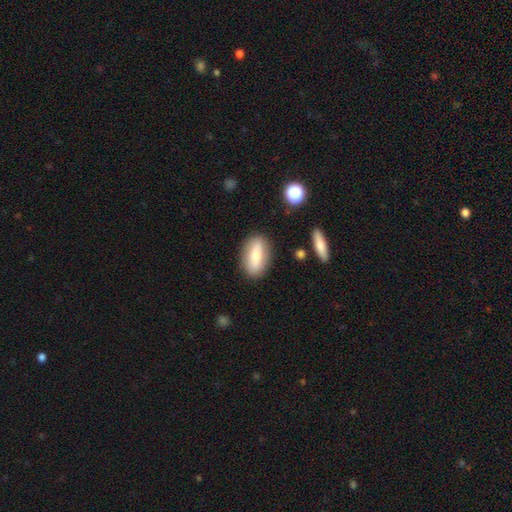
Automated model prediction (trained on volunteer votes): Smooth or featured? Predicted: smooth (p=0.66). How rounded? Predicted: in between (p=0.79). Merging? Predicted: none (p=0.84).